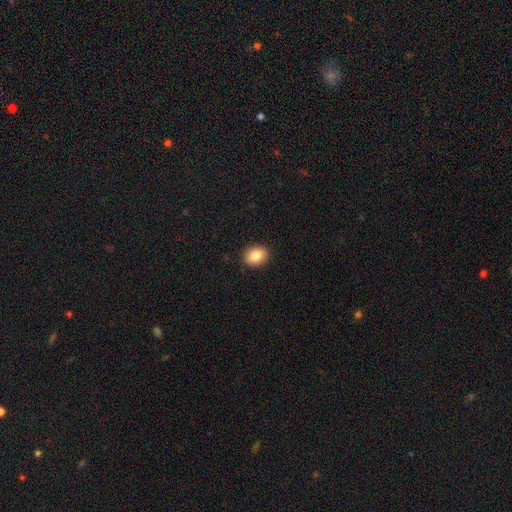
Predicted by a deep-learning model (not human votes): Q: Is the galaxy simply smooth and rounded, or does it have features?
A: smooth — 83%.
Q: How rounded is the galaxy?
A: in between — 54%.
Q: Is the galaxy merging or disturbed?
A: none — 90%.